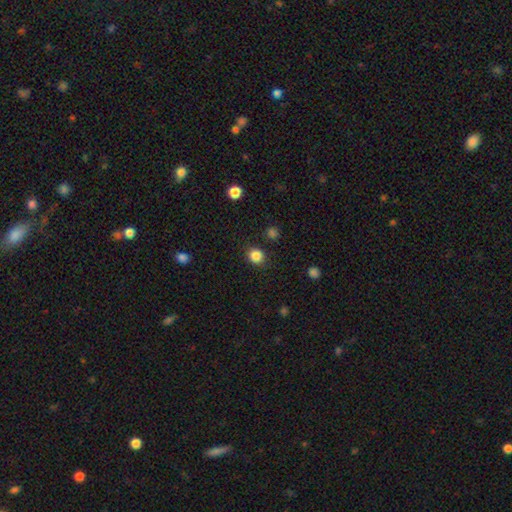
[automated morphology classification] Q: Smooth or featured?
A: smooth (86%); runner-up: star or artifact (11%)
Q: How rounded?
A: round (80%); runner-up: in between (19%)
Q: Merging?
A: none (87%); runner-up: minor disturbance (8%)